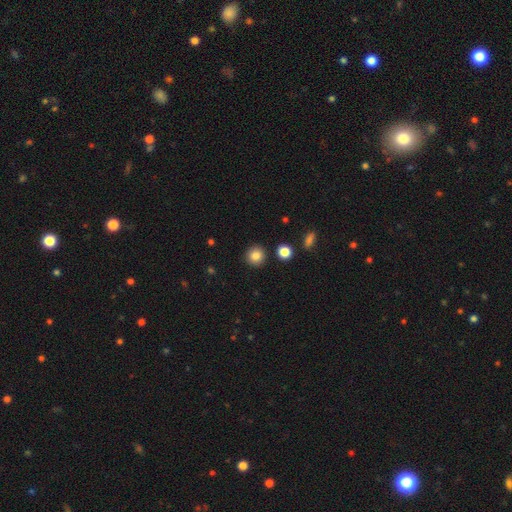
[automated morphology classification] Q: Smooth or featured?
A: smooth (85%); runner-up: star or artifact (10%)
Q: How rounded?
A: round (92%); runner-up: in between (7%)
Q: Merging?
A: none (90%); runner-up: minor disturbance (5%)